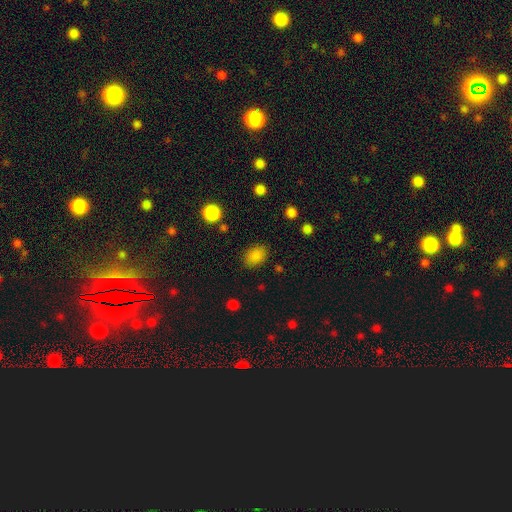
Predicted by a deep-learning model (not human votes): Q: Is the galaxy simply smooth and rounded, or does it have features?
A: smooth — 86%.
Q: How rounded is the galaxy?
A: in between — 75%.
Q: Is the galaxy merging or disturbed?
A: none — 84%.